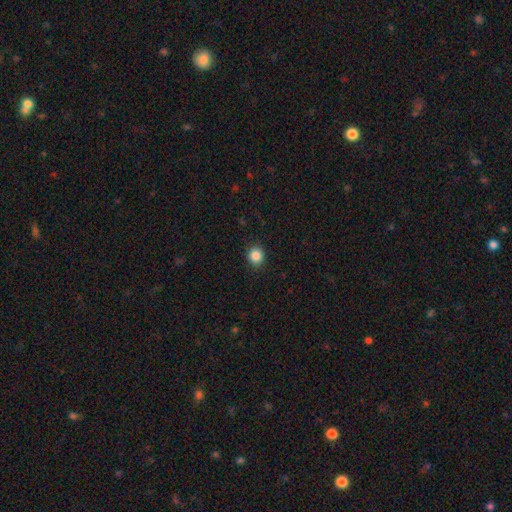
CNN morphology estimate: smooth_or_featured: smooth (p=0.85) [alt: star or artifact p=0.10]
how_rounded: round (p=0.83) [alt: in between p=0.16]
merging: none (p=0.90) [alt: minor disturbance p=0.07]